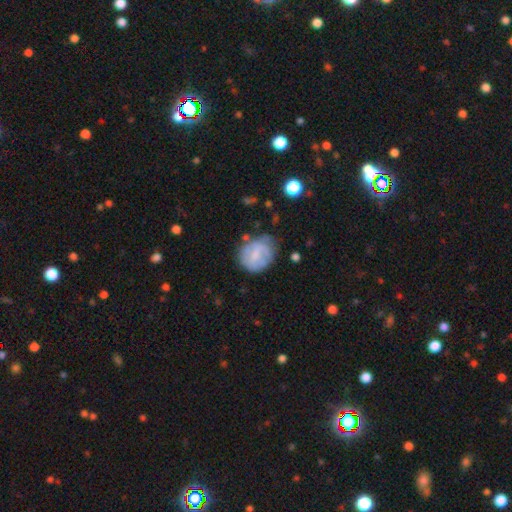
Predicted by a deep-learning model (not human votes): smooth_or_featured: smooth (p=0.52) [alt: featured or disk p=0.40]
how_rounded: round (p=0.67) [alt: in between p=0.32]
merging: none (p=0.50) [alt: minor disturbance p=0.30]